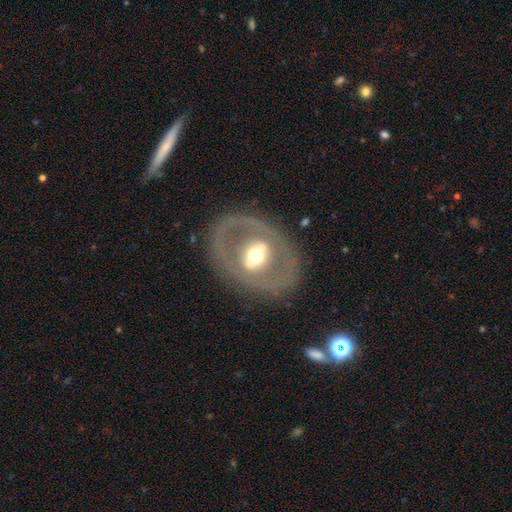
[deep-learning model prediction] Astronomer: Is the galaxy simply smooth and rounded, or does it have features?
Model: featured or disk — 66%.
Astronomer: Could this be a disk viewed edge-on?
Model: no — 90%.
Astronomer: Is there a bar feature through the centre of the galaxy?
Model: no — 36% (runner-up: strong, 35%).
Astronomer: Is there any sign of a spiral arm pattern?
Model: no — 85%.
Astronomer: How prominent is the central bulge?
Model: moderate — 63%.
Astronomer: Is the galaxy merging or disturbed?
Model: none — 78%.